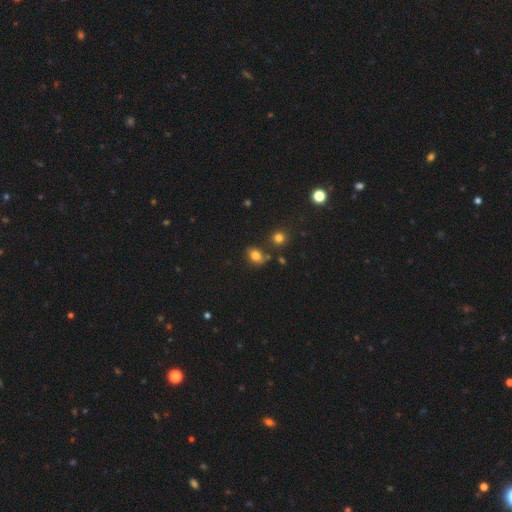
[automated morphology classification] Smooth or featured? smooth (79%)
How rounded? in between (65%)
Merging? none (73%)